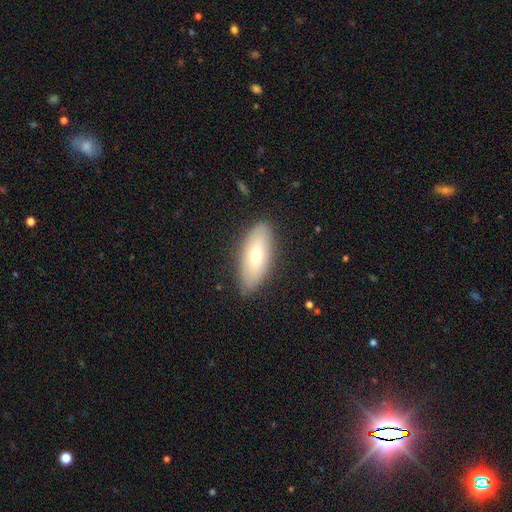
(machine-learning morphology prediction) Overall: smooth (65%; featured or disk 28%). How rounded: in between (81%). Merging: none (84%).